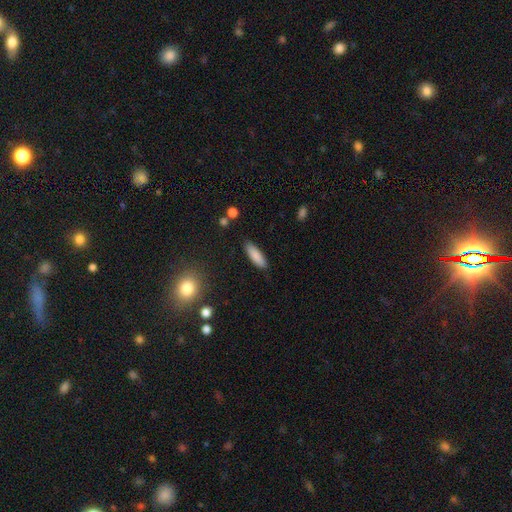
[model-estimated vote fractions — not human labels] Smooth or featured: smooth — 86% (featured or disk — 7%)
How rounded: in between — 51% (cigar-shaped — 47%)
Merging: none — 87% (minor disturbance — 9%)